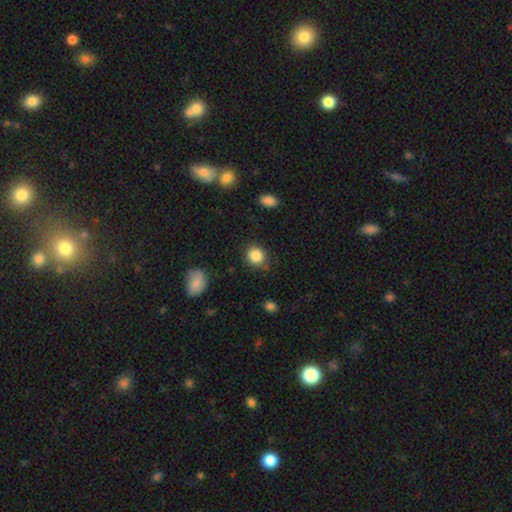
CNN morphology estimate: Smooth or featured? smooth (87%)
How rounded? round (82%)
Merging? none (84%)